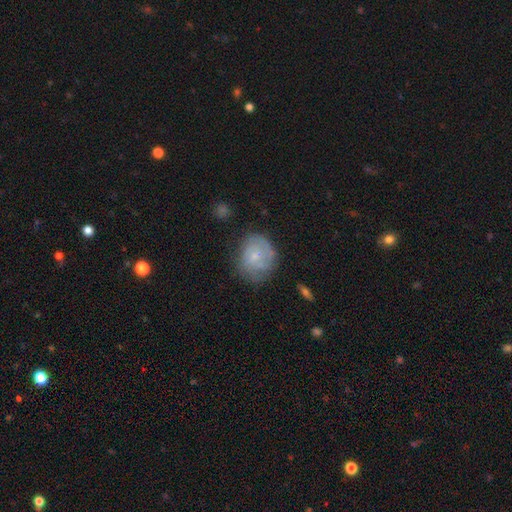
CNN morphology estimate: Smooth or featured? featured or disk (52%)
Edge-on disk? no (97%)
Bar? no (62%)
Spiral arms? yes (74%)
Bulge size? small (53%)
Merging? none (61%)